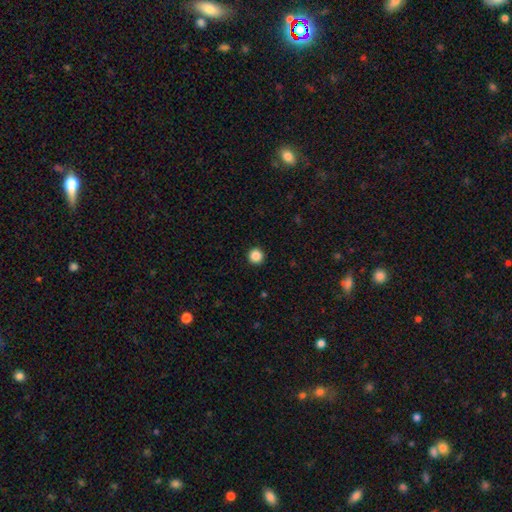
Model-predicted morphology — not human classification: The model was most divided on "smooth or featured": smooth: 86%, star or artifact: 10%, featured or disk: 3%. More confident: how rounded — round (96%); merging — none (94%).